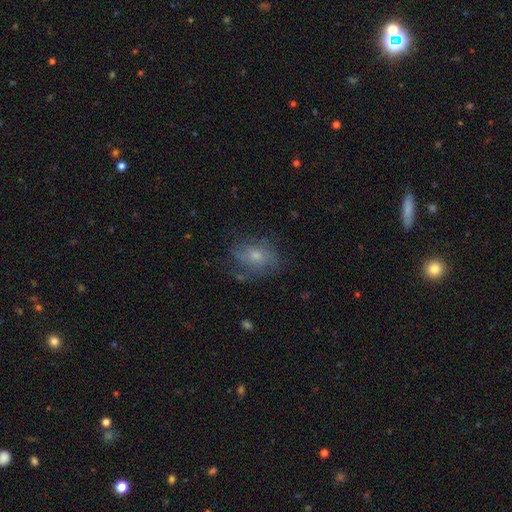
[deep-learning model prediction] smooth_or_featured: featured or disk (p=0.45) [alt: smooth p=0.40]
merging: none (p=0.63) [alt: minor disturbance p=0.22]